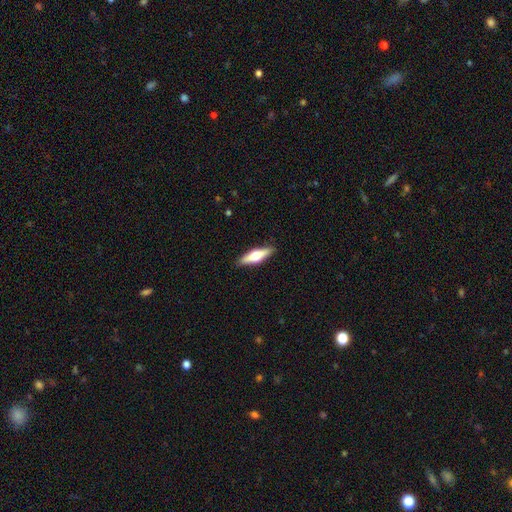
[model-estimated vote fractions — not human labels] Q: Smooth or featured?
A: featured or disk (49%); runner-up: smooth (45%)
Q: Merging?
A: none (90%); runner-up: minor disturbance (7%)